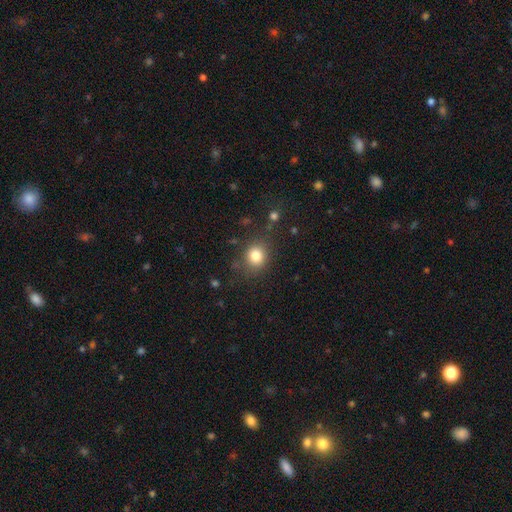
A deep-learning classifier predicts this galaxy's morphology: Smooth or featured: smooth — 81% (star or artifact — 12%)
How rounded: round — 77% (in between — 22%)
Merging: none — 80% (minor disturbance — 12%)